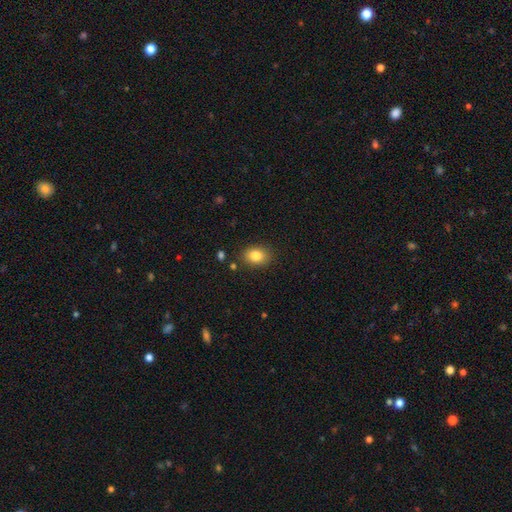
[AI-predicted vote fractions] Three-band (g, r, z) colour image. It shows a smooth galaxy with no disk features (84%) that is in between round and cigar-shaped (68%). Merging: none (85%).